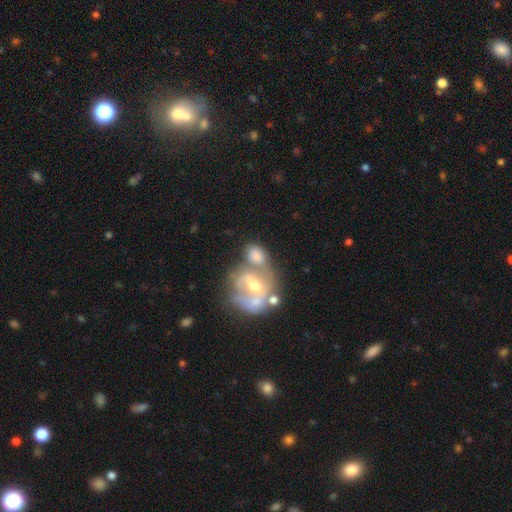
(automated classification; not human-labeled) A smooth galaxy with no disk features (51%) that is in between round and cigar-shaped (51%).

Vote fractions:
- Smooth or featured? smooth: 51% / featured or disk: 39% / star or artifact: 11%
- How rounded? in between: 51% / round: 48% / cigar-shaped: 1%
- Merging? merger: 45% / none: 29% / minor disturbance: 14% / major disturbance: 12%